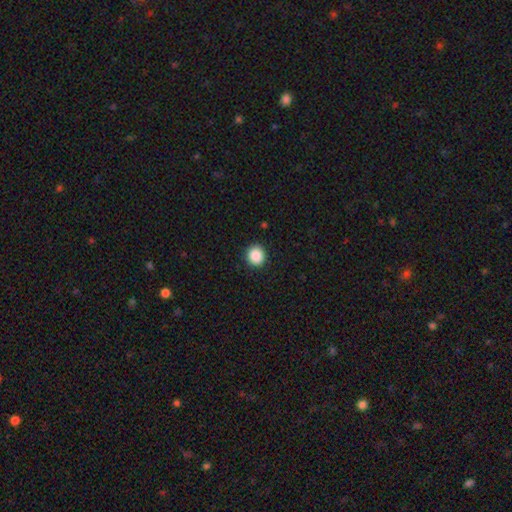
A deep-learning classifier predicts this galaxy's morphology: smooth-or-featured: smooth: 89% | star or artifact: 9% | featured or disk: 3%
  how-rounded: round: 86% | in between: 13% | cigar-shaped: 1%
  merging: none: 91% | minor disturbance: 6% | major disturbance: 2% | merger: 1%